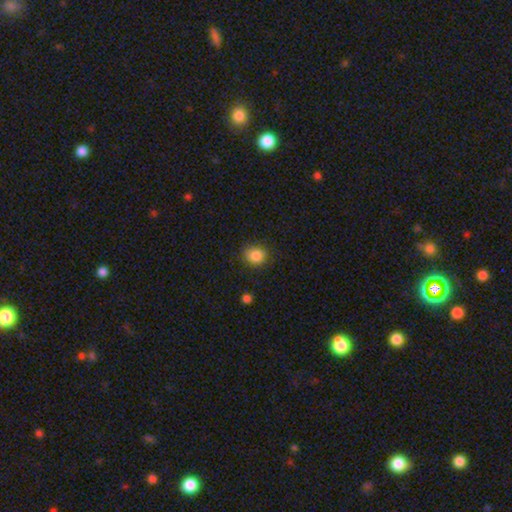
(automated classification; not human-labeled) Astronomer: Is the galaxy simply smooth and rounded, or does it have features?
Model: smooth — 86%.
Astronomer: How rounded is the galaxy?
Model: round — 75%.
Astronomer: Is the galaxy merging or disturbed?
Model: none — 83%.